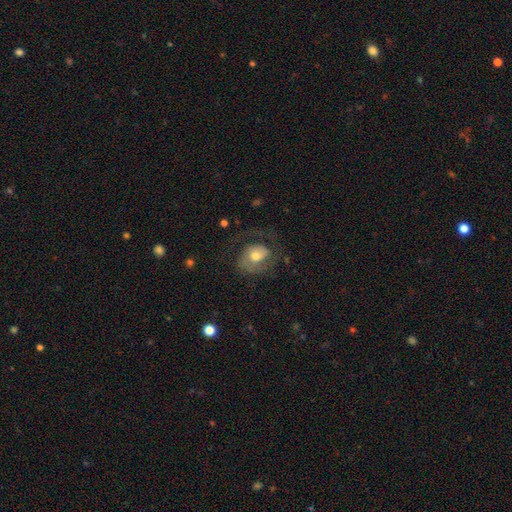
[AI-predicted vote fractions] A featured or disk galaxy (60%) with no bar (60%), spiral arms (81%) and a moderate central bulge (63%). Merging: none (52%).